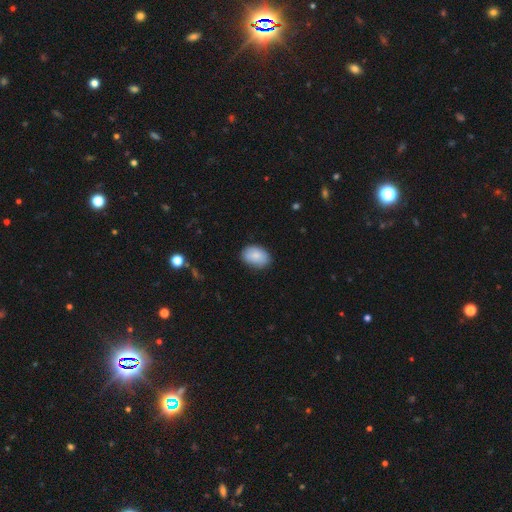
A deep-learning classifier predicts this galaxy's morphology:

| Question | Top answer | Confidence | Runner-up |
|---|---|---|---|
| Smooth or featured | smooth | 85% | featured or disk (8%) |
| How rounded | in between | 85% | round (14%) |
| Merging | none | 82% | minor disturbance (14%) |